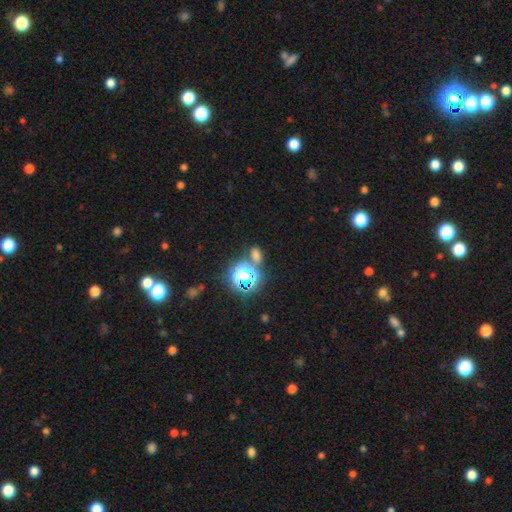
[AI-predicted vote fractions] A smooth galaxy with no disk features (56%) that is in between round and cigar-shaped (61%). Merging: none (64%).